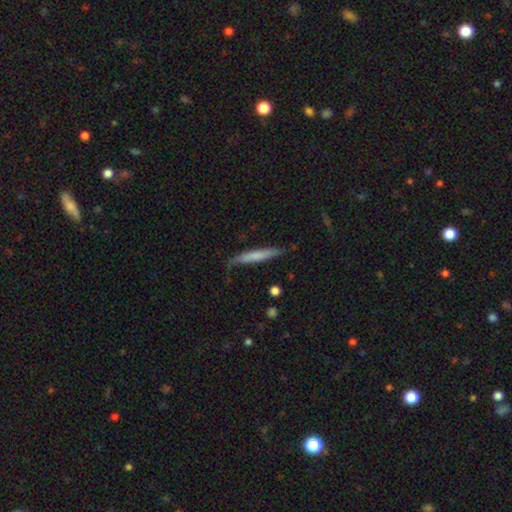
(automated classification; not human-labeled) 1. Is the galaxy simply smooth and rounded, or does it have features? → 66% smooth, 29% featured or disk, 5% star or artifact.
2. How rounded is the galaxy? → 94% cigar-shaped, 4% in between, 1% round.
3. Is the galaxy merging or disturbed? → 75% none, 20% minor disturbance, 3% major disturbance, 2% merger.